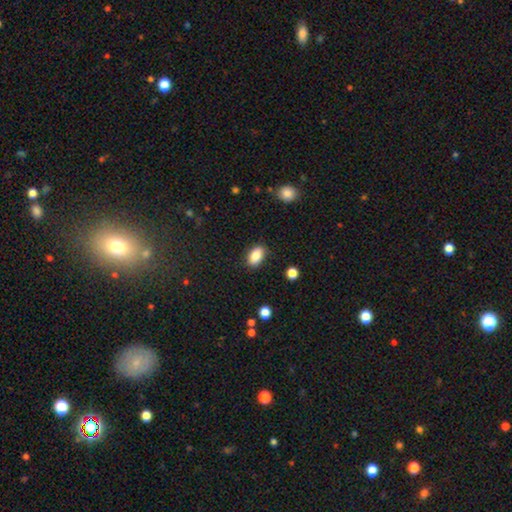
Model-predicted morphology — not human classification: Q: Smooth or featured?
A: smooth (86%); runner-up: star or artifact (8%)
Q: How rounded?
A: in between (90%); runner-up: round (8%)
Q: Merging?
A: none (84%); runner-up: minor disturbance (11%)